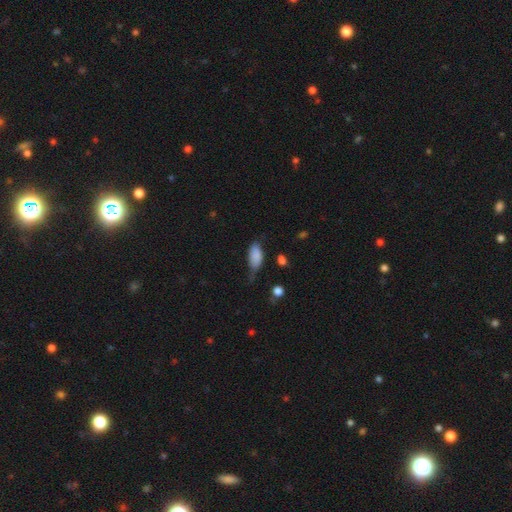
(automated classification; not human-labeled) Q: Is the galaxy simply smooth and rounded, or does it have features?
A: smooth — 84%.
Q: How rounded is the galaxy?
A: in between — 92%.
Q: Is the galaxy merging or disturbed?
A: none — 42%.